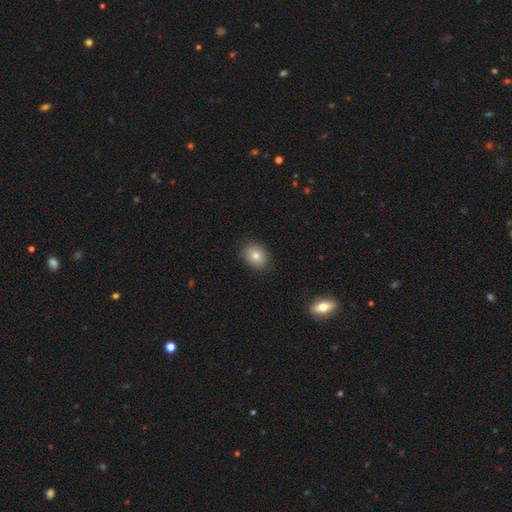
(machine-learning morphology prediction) Overall: smooth (81%). How rounded: in between (59%; round 41%). Merging: none (87%).